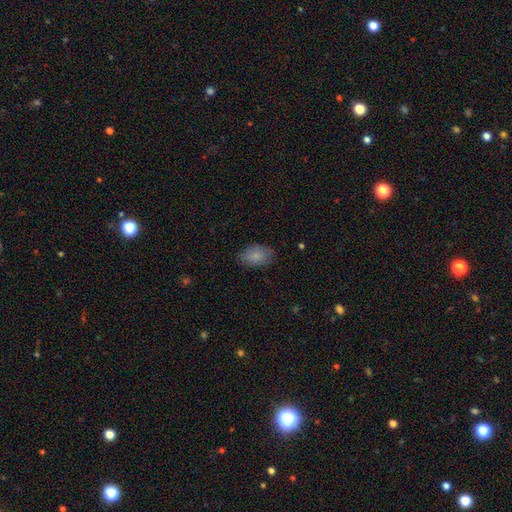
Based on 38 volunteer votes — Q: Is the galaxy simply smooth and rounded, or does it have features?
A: smooth — 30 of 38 (79%).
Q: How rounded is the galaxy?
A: in between — 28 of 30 (93%).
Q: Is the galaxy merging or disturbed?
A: none — 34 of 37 (92%).